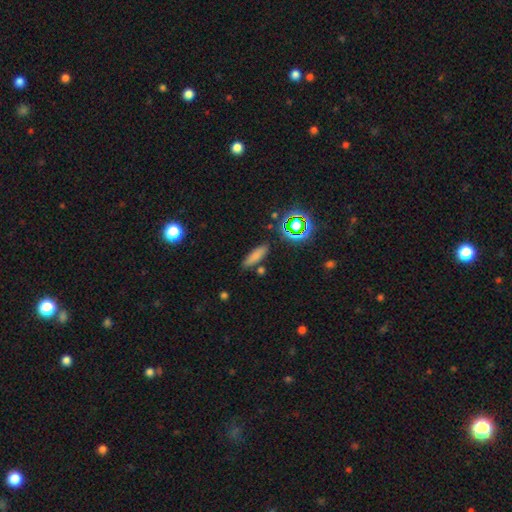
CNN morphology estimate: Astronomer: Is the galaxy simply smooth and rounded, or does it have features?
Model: smooth — 74%.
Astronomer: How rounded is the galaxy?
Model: cigar-shaped — 55% (runner-up: in between, 41%).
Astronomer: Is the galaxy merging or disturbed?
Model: none — 81%.